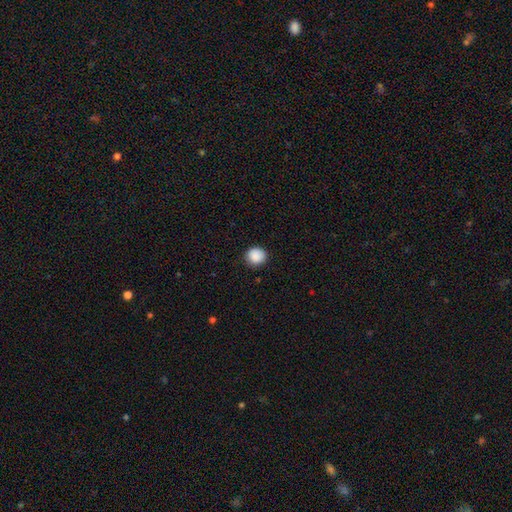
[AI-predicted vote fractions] Smooth or featured: smooth — 89% (star or artifact — 8%)
How rounded: round — 88% (in between — 11%)
Merging: none — 88% (minor disturbance — 9%)